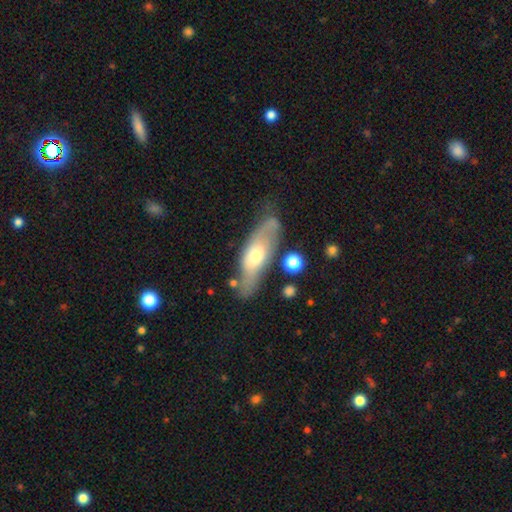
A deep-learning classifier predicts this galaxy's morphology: This is possibly a featured or disk galaxy (50%). It is likely not viewed edge-on (61%). Merging: likely none (63%).